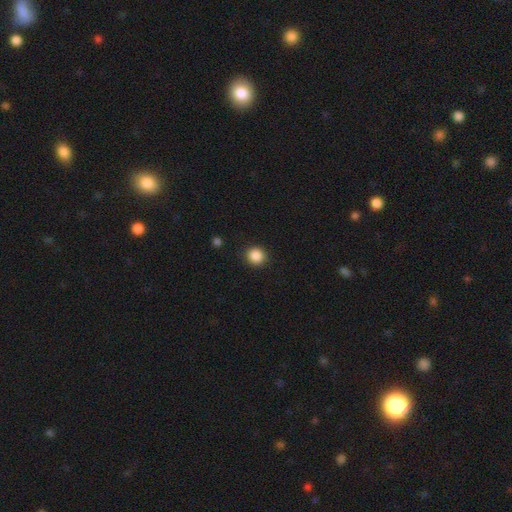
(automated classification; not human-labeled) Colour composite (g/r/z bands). It shows a smooth galaxy with no disk features (88%) that is round (89%). Merging: none (90%).